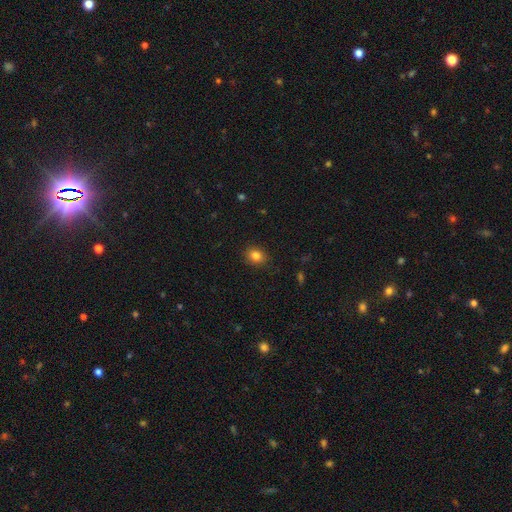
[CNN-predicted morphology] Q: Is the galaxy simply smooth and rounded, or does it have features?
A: smooth — 83%.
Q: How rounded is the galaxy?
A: round — 55%.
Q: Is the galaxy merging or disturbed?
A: none — 89%.